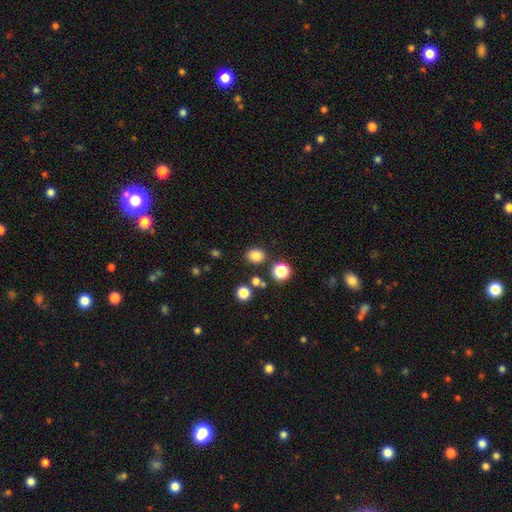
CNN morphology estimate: This is clearly a smooth galaxy (82%). How rounded: likely round (70%). Merging: clearly none (84%).